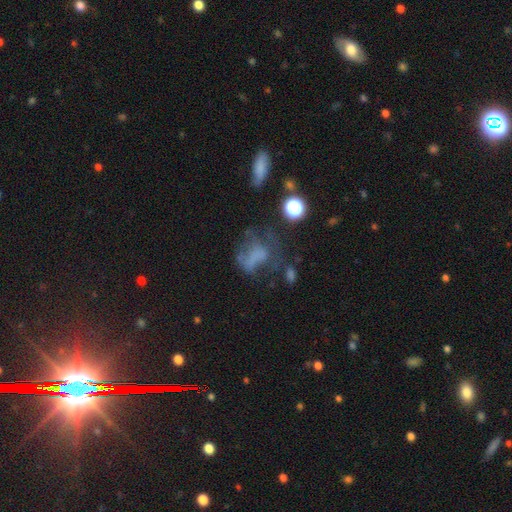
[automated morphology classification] Q: Smooth or featured?
A: smooth (38%); runner-up: featured or disk (37%)
Q: Merging?
A: major disturbance (40%); runner-up: none (32%)